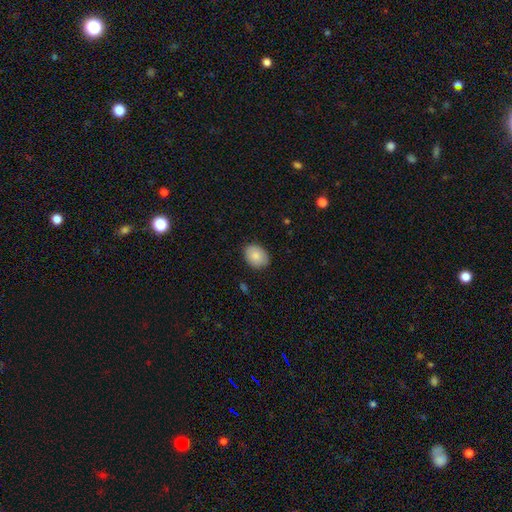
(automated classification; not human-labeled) smooth 87%, star or artifact 7%, featured or disk 6%. Down the decision tree: how rounded — in between (66%); merging — none (87%).